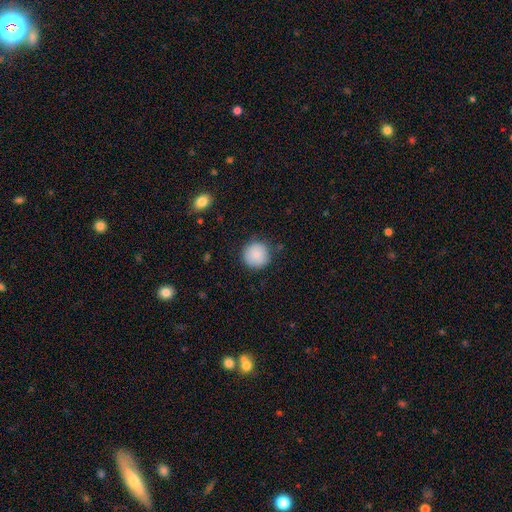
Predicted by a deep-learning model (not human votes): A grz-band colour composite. It shows a smooth galaxy with no disk features (84%) that is round (95%). Merging: none (85%).